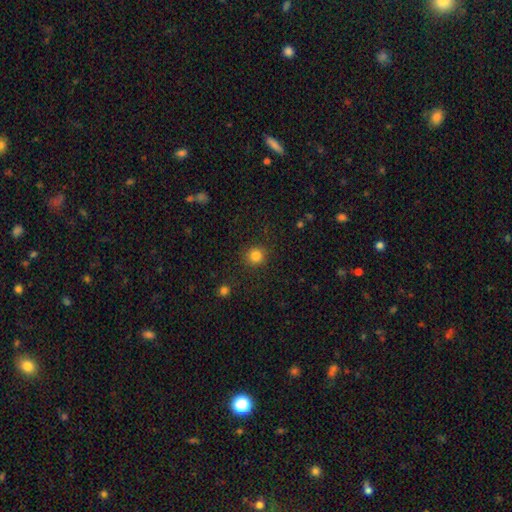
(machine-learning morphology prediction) Smooth or featured?
  - smooth: 83% *
  - star or artifact: 12%
  - featured or disk: 4%
How rounded?
  - round: 92% *
  - in between: 7%
  - cigar-shaped: 1%
Merging?
  - none: 89% *
  - minor disturbance: 7%
  - major disturbance: 3%
  - merger: 1%